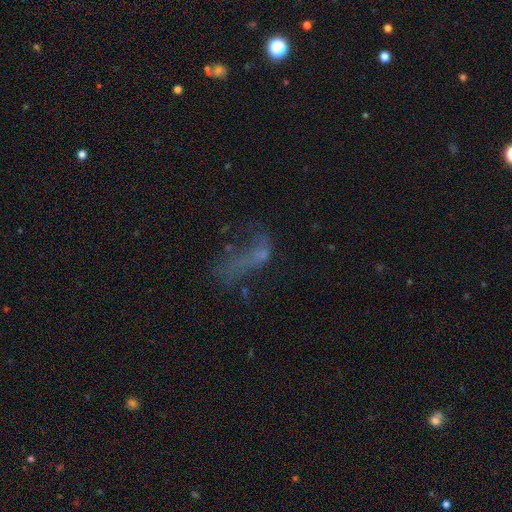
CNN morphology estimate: type=featured or disk (39%); merging=major disturbance (47%).